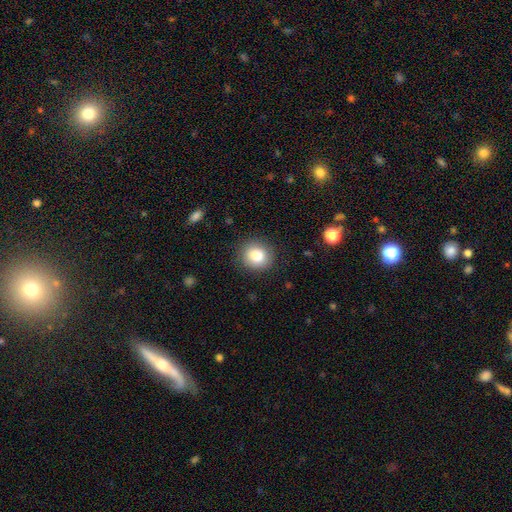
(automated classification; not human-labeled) Q: Smooth or featured?
A: smooth (83%); runner-up: star or artifact (9%)
Q: How rounded?
A: round (79%); runner-up: in between (20%)
Q: Merging?
A: none (87%); runner-up: minor disturbance (9%)